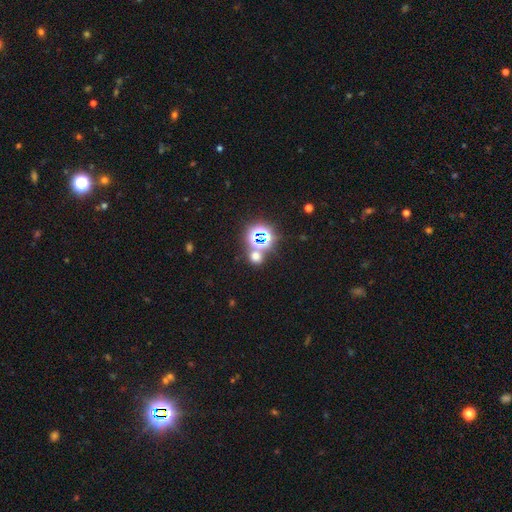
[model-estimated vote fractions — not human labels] This is possibly a smooth galaxy (48%). Merging: likely none (70%).